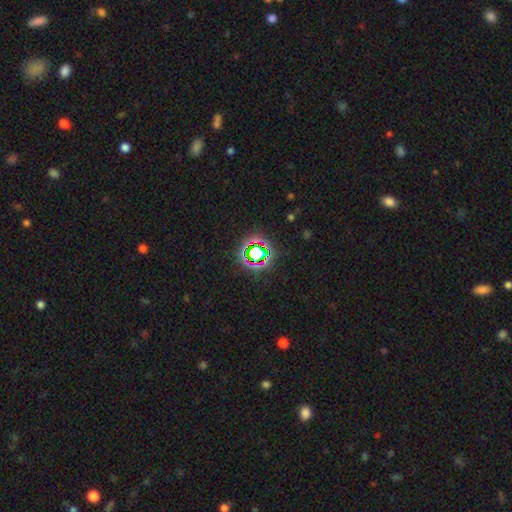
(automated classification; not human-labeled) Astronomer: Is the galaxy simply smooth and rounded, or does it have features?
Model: star or artifact — 70%.